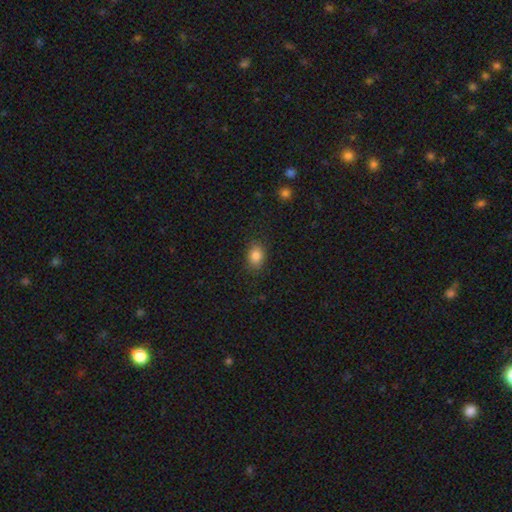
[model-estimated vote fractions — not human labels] A smooth galaxy with no disk features (85%) that is in between round and cigar-shaped (75%).

Vote fractions:
- Smooth or featured? smooth: 85% / star or artifact: 9% / featured or disk: 6%
- How rounded? in between: 75% / round: 24% / cigar-shaped: 1%
- Merging? none: 83% / minor disturbance: 12% / major disturbance: 3% / merger: 1%